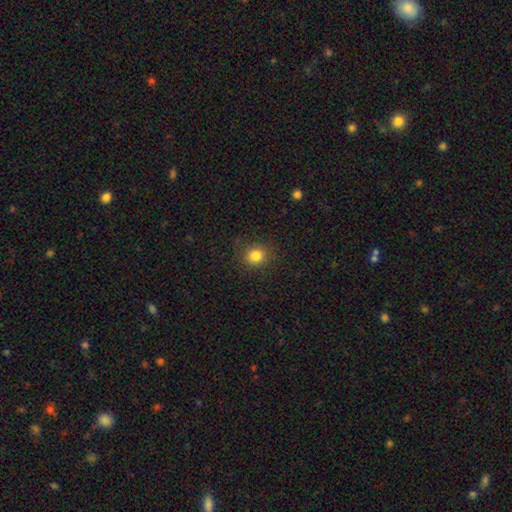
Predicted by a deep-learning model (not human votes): Overall: smooth (83%). How rounded: round (85%). Merging: none (88%).